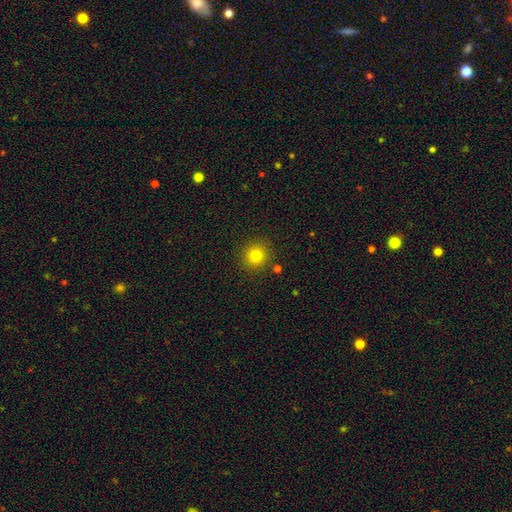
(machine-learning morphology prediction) type=smooth (80%); roundness=round (93%); merging=none (89%).